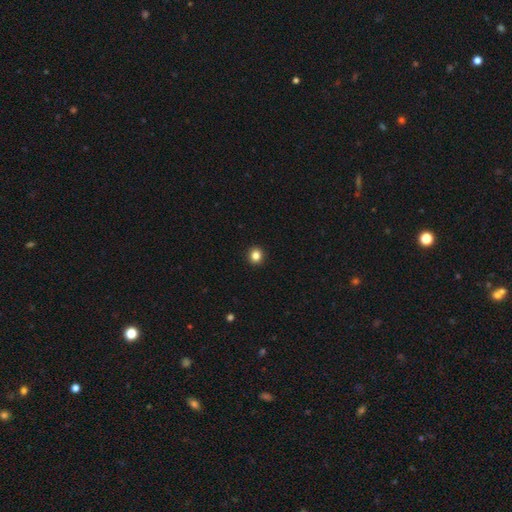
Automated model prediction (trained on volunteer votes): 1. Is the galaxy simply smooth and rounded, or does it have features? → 84% smooth, 11% star or artifact, 5% featured or disk.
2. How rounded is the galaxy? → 89% round, 10% in between, 1% cigar-shaped.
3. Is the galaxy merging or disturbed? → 93% none, 4% minor disturbance, 1% major disturbance, 1% merger.